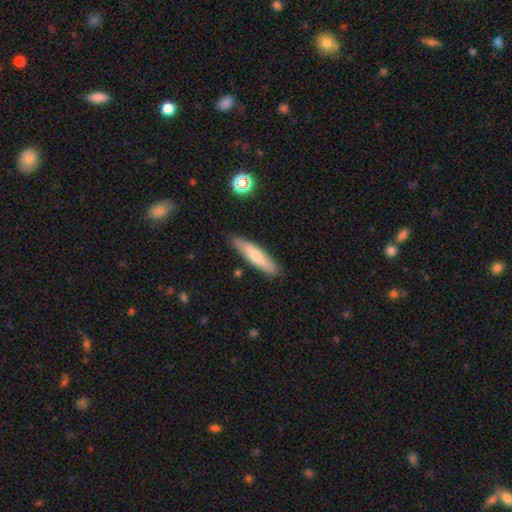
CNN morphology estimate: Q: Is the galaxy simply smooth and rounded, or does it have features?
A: smooth — 67%.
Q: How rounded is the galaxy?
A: cigar-shaped — 78%.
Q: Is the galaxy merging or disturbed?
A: none — 86%.